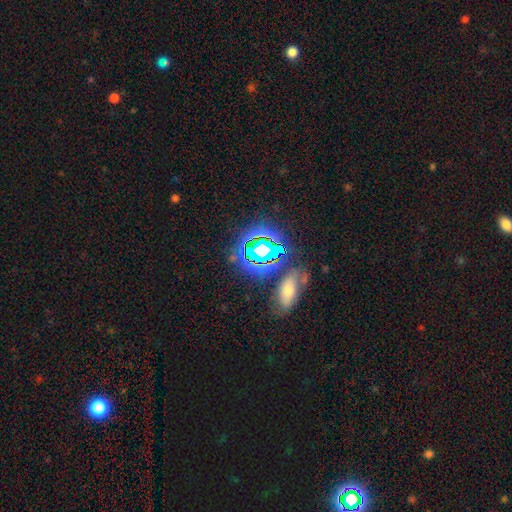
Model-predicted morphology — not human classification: This appears to be a star or artifact, not a galaxy (67%).